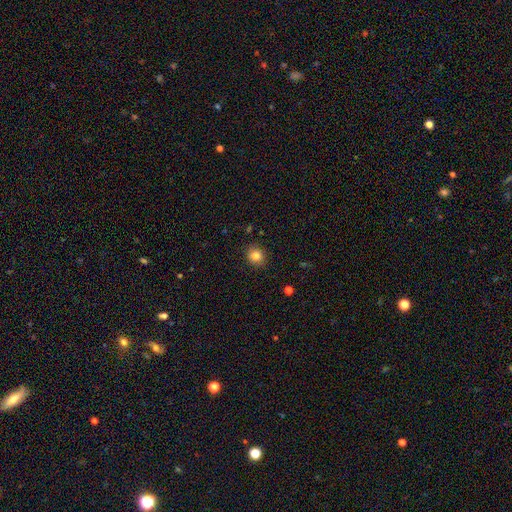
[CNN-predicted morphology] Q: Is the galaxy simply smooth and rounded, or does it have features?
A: smooth — 83%.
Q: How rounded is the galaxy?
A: round — 81%.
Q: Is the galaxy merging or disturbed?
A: none — 89%.